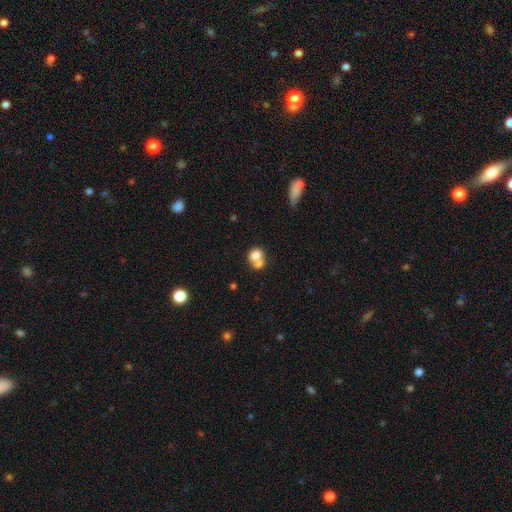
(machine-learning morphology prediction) Smooth or featured? smooth (74%)
How rounded? round (67%)
Merging? merger (59%)